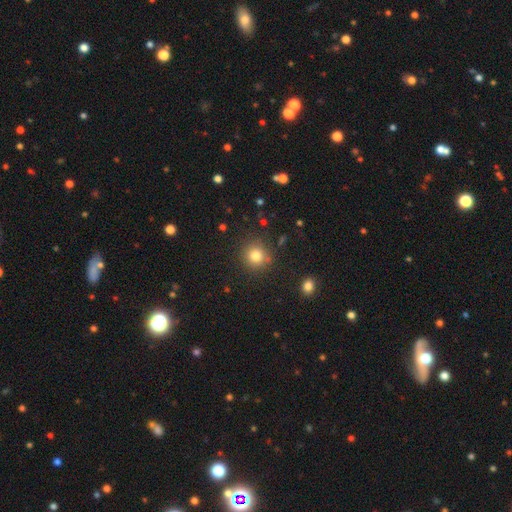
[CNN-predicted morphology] Smooth or featured? smooth (80%)
How rounded? round (92%)
Merging? none (85%)